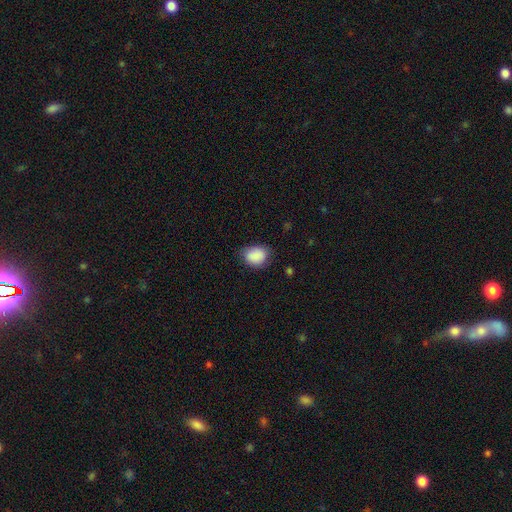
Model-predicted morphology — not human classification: This is clearly a smooth galaxy (88%). How rounded: possibly in between (60%). Merging: likely none (72%).